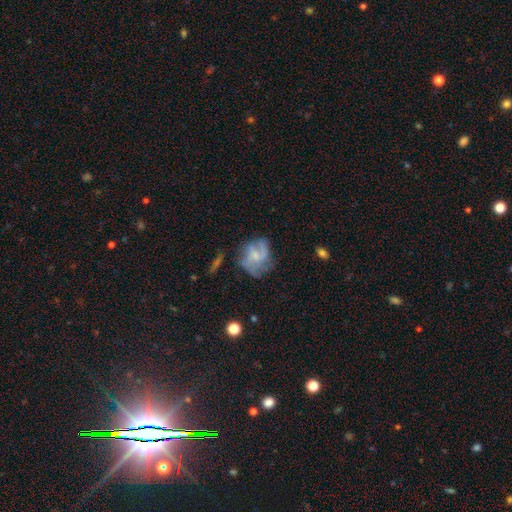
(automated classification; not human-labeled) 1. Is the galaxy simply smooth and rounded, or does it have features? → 61% featured or disk, 30% smooth, 9% star or artifact.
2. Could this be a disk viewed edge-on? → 97% no, 3% yes.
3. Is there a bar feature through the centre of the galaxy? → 61% no, 33% weak, 6% strong.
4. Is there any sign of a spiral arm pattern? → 73% yes, 27% no.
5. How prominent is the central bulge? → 46% small, 30% moderate, 20% none, 3% large, 1% dominant.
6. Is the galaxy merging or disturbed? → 50% none, 24% minor disturbance, 22% major disturbance, 4% merger.